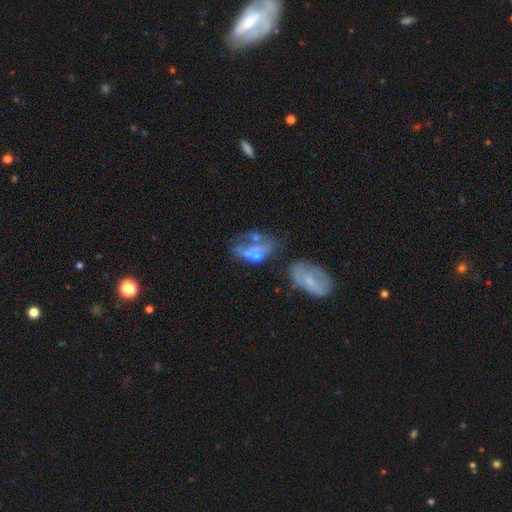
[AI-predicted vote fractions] Smooth or featured? featured or disk (45%)
Merging? major disturbance (33%)